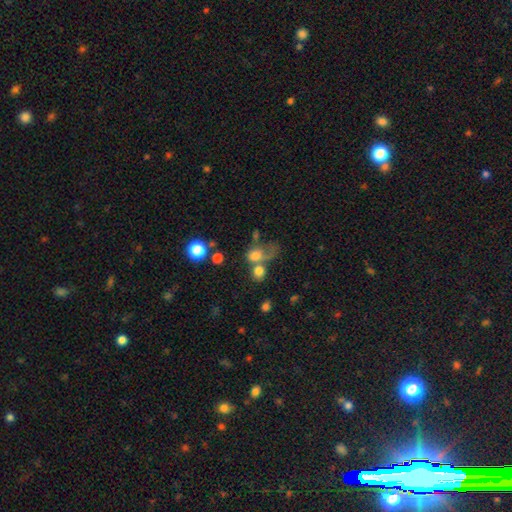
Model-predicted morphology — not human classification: smooth-or-featured: smooth: 70% | featured or disk: 16% | star or artifact: 13%
  how-rounded: round: 52% | in between: 46% | cigar-shaped: 2%
  merging: merger: 43% | none: 23% | major disturbance: 22% | minor disturbance: 12%